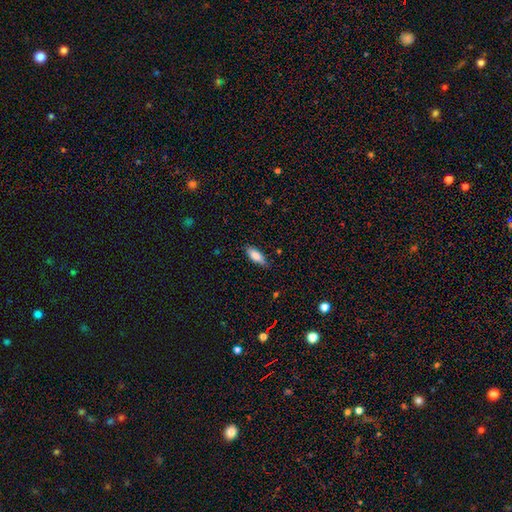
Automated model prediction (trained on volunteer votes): smooth-or-featured: smooth: 82% | featured or disk: 11% | star or artifact: 7%
  how-rounded: in between: 76% | cigar-shaped: 22% | round: 2%
  merging: none: 75% | minor disturbance: 20% | major disturbance: 3% | merger: 1%